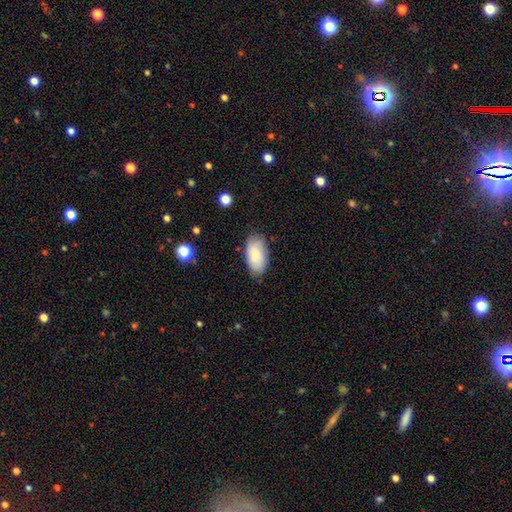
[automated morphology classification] Smooth or featured? Predicted: smooth (p=0.82). How rounded? Predicted: in between (p=0.95). Merging? Predicted: none (p=0.79).